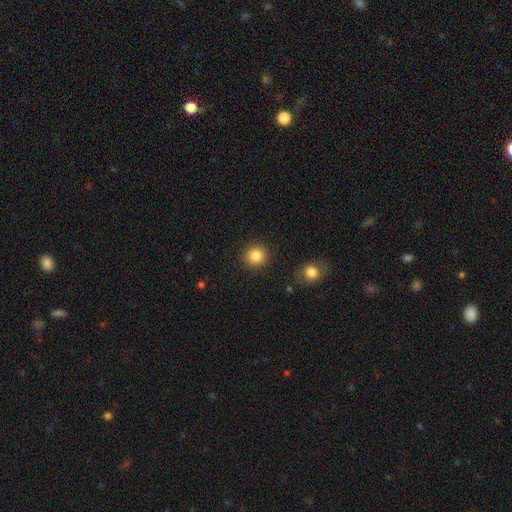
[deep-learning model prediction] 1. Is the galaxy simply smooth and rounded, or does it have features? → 85% smooth, 10% star or artifact, 5% featured or disk.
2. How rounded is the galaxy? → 91% round, 8% in between, 1% cigar-shaped.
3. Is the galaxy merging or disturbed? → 90% none, 6% minor disturbance, 2% major disturbance, 2% merger.